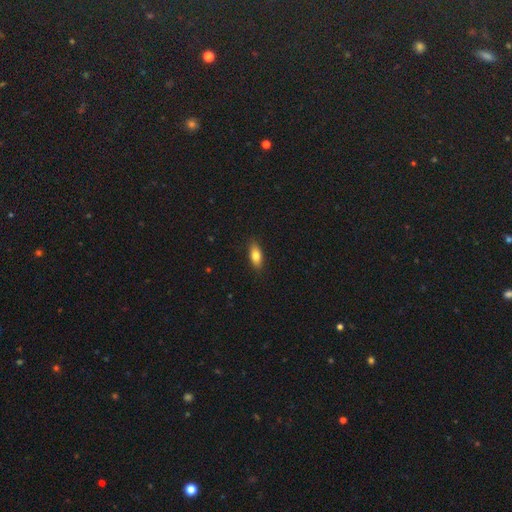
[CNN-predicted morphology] The model was most divided on "how rounded": in between: 81%, cigar-shaped: 15%, round: 4%. More confident: merging — none (87%); smooth or featured — smooth (80%).